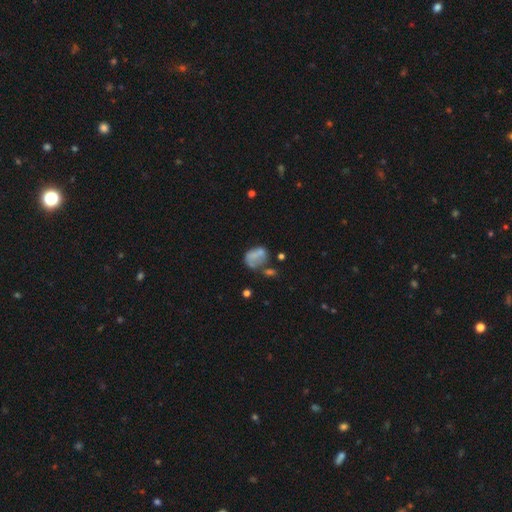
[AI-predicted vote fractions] This is likely a smooth galaxy (61%). How rounded: likely in between (70%). Merging: marginally none (33%).